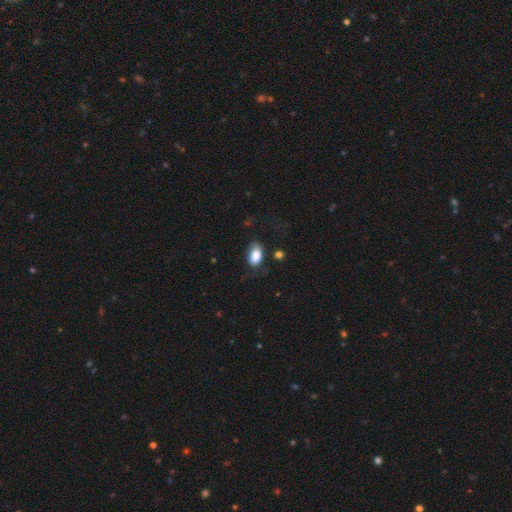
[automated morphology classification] smooth_or_featured: smooth (p=0.85) [alt: featured or disk p=0.08]
how_rounded: in between (p=0.92) [alt: round p=0.06]
merging: none (p=0.66) [alt: minor disturbance p=0.23]